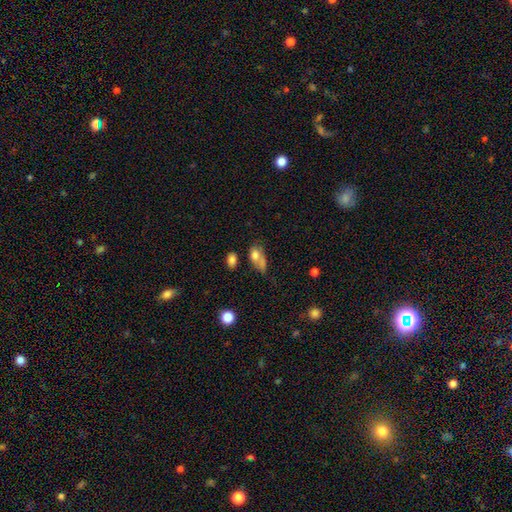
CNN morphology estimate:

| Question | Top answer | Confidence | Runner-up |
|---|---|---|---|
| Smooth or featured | smooth | 73% | featured or disk (16%) |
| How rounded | in between | 79% | round (15%) |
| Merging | merger | 32% | none (28%) |